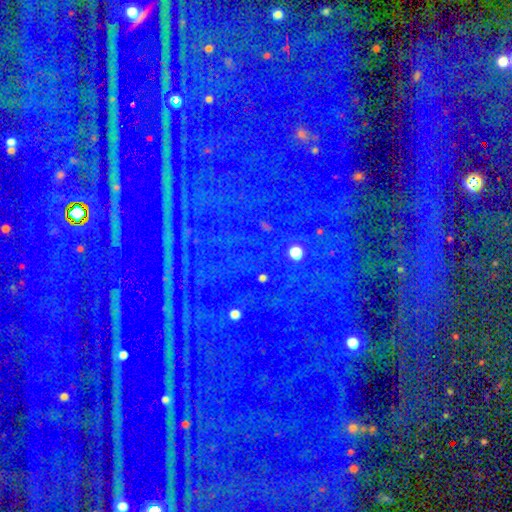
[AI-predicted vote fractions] Smooth or featured? Predicted: star or artifact (p=0.86).